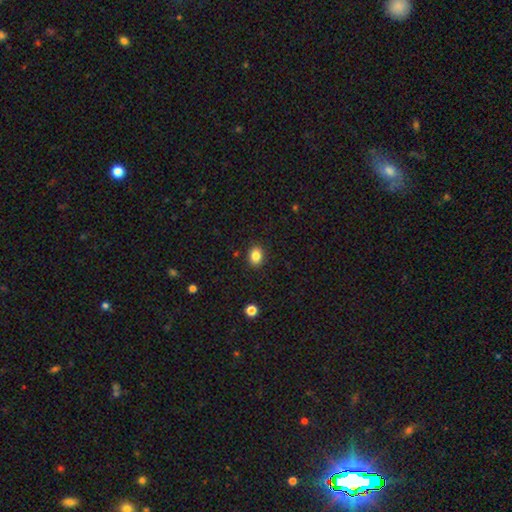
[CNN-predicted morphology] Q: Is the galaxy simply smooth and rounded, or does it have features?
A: smooth — 85%.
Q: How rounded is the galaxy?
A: in between — 58%.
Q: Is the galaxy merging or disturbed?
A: none — 89%.